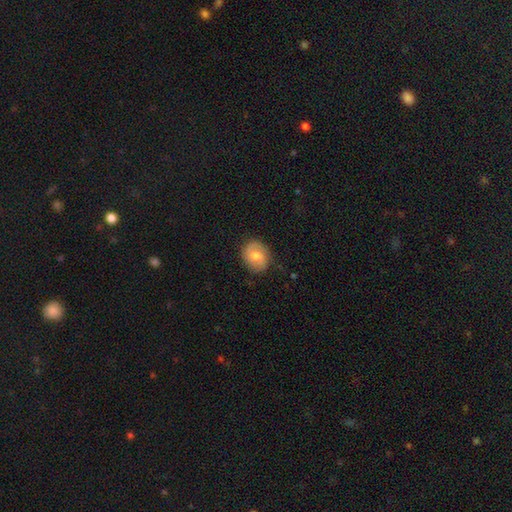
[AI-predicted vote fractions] smooth-or-featured: smooth: 63% | featured or disk: 30% | star or artifact: 7%
  how-rounded: round: 55% | in between: 44% | cigar-shaped: 1%
  merging: none: 77% | minor disturbance: 18% | major disturbance: 5% | merger: 1%